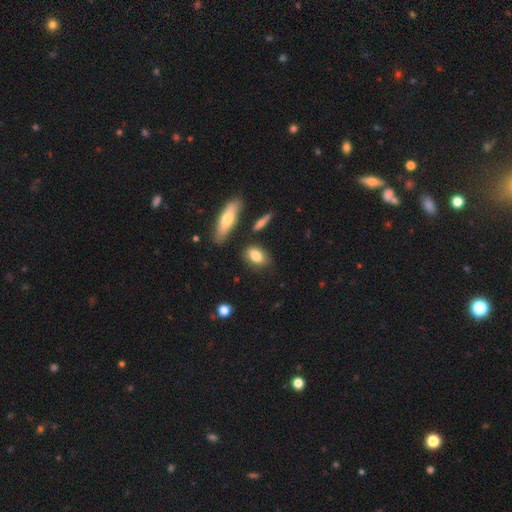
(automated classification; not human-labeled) Smooth or featured: smooth — 81% (featured or disk — 12%)
How rounded: in between — 82% (round — 12%)
Merging: none — 77% (minor disturbance — 14%)